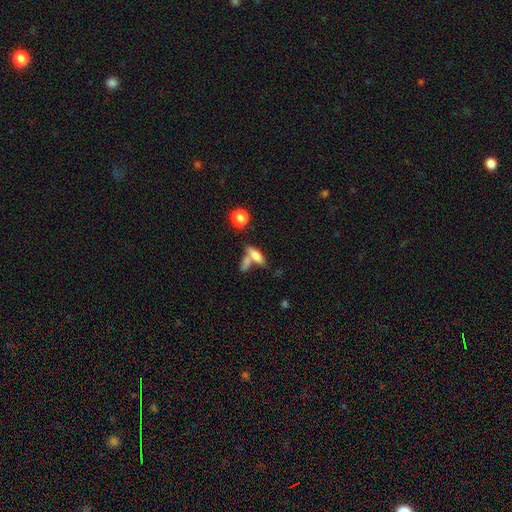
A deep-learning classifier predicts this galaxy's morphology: The model was most divided on "merging": none: 41%, merger: 40%, minor disturbance: 12%, major disturbance: 7%. More confident: smooth or featured — smooth (67%); how rounded — in between (56%).